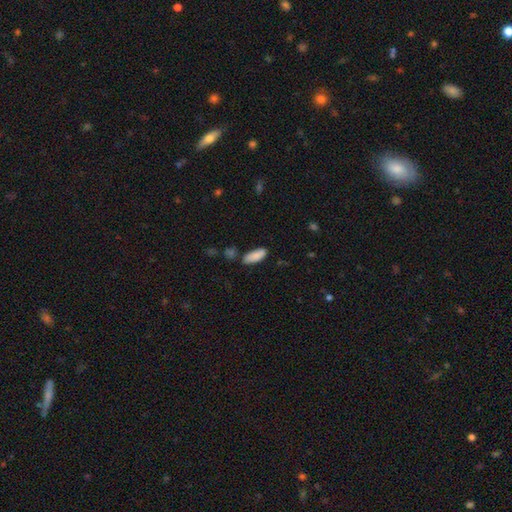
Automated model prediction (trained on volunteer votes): Overall: smooth (87%). How rounded: in between (75%). Merging: none (76%).